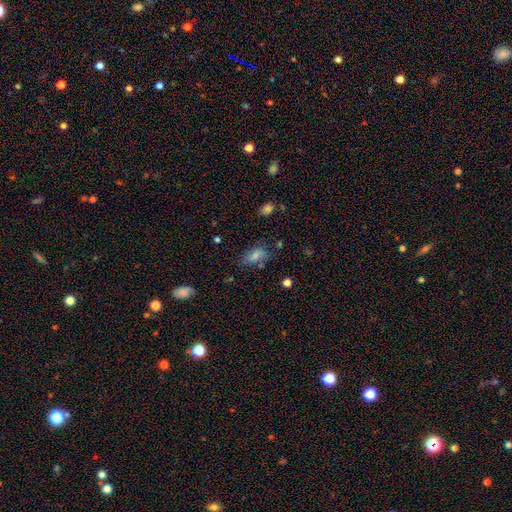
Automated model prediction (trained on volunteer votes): This is likely a smooth galaxy (71%). How rounded: clearly in between (86%). Merging: possibly none (54%).